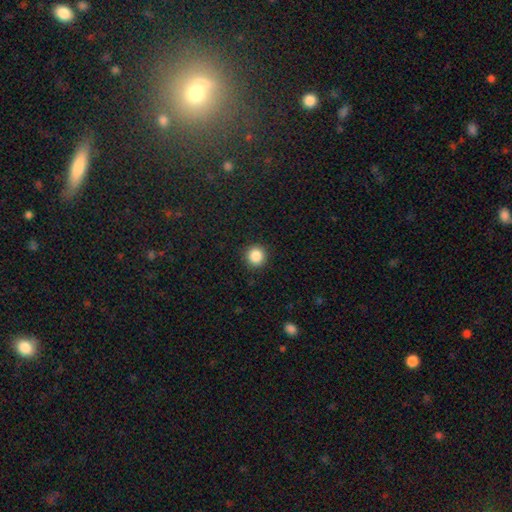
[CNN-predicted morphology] smooth 87%, star or artifact 10%, featured or disk 3%. Down the decision tree: how rounded — round (92%); merging — none (92%).